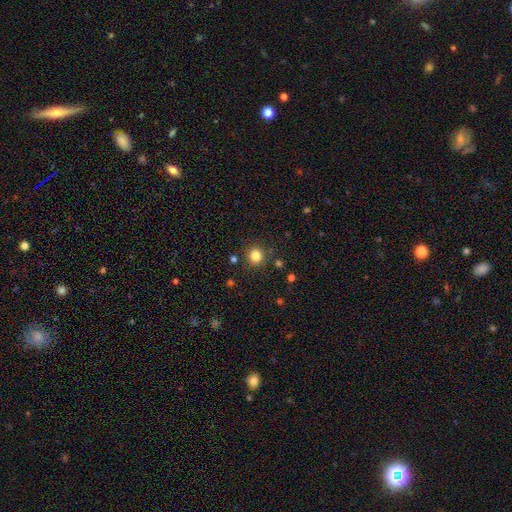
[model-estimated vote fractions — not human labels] Smooth or featured? Predicted: smooth (p=0.82). How rounded? Predicted: round (p=0.89). Merging? Predicted: none (p=0.86).